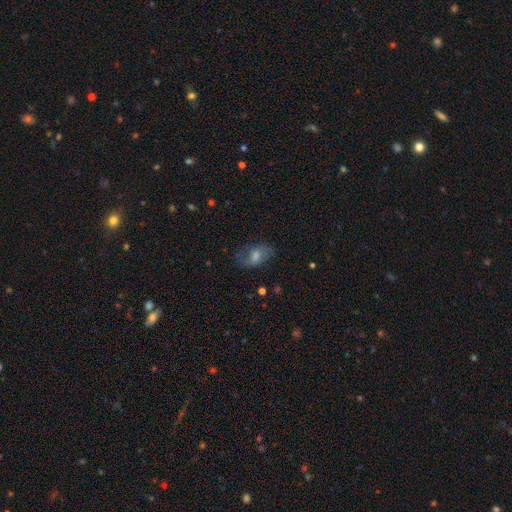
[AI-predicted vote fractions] A featured or disk galaxy (50%). Merging: none (70%).